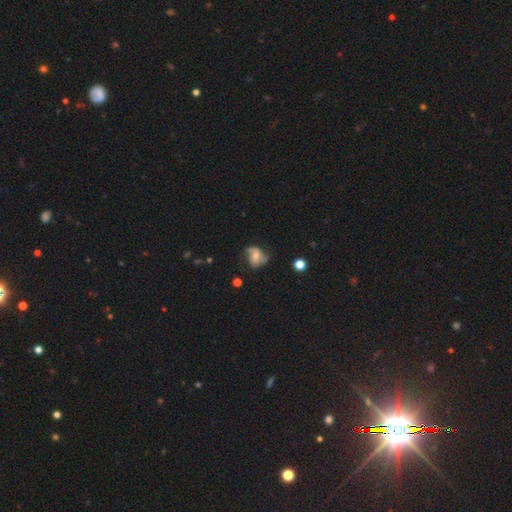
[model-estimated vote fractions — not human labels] Smooth or featured? Predicted: featured or disk (p=0.64). Edge-on disk? Predicted: no (p=0.97). Bar? Predicted: no (p=0.49). Spiral arms? Predicted: yes (p=0.86). Spiral winding? Predicted: loose (p=0.45). Spiral arm count? Predicted: 2 (p=0.76). Bulge size? Predicted: moderate (p=0.49). Merging? Predicted: none (p=0.54).